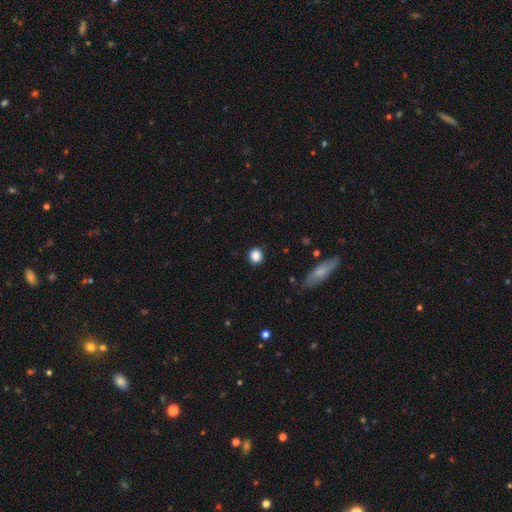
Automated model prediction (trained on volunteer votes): A smooth galaxy with no disk features (86%) that is round (85%).

Vote fractions:
- Smooth or featured? smooth: 86% / star or artifact: 10% / featured or disk: 4%
- How rounded? round: 85% / in between: 14% / cigar-shaped: 1%
- Merging? none: 88% / minor disturbance: 8% / major disturbance: 2% / merger: 1%